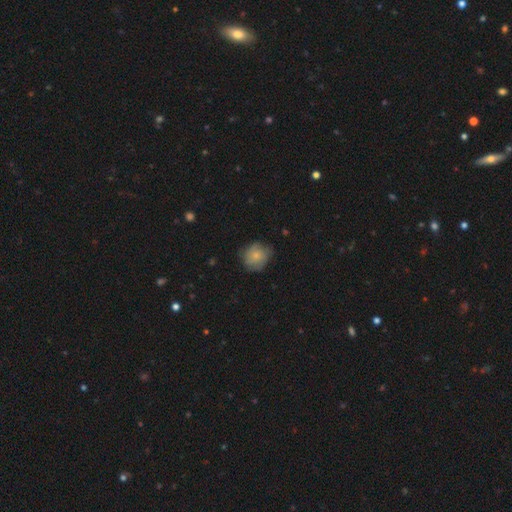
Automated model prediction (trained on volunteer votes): This appears to be a smooth galaxy with no disk features (72%) that is round (79%). Merging: none (67%).